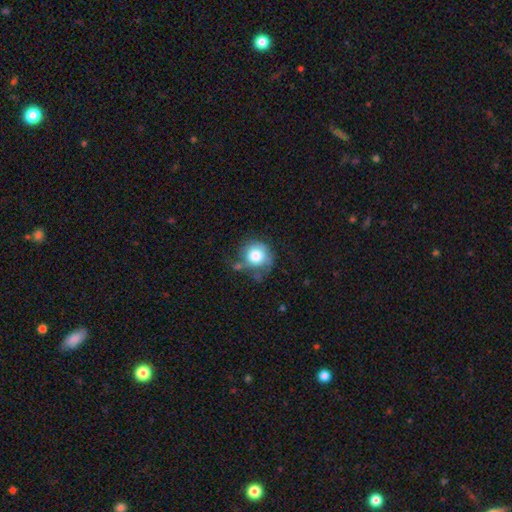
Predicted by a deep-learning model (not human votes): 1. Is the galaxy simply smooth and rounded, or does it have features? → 76% smooth, 15% featured or disk, 9% star or artifact.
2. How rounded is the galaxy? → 88% round, 11% in between, 1% cigar-shaped.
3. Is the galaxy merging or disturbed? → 53% none, 28% minor disturbance, 13% major disturbance, 7% merger.